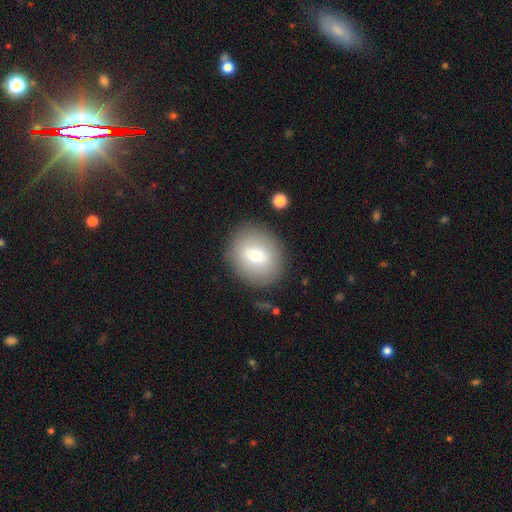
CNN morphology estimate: smooth_or_featured: smooth (p=0.71) [alt: featured or disk p=0.19]
how_rounded: round (p=0.73) [alt: in between p=0.26]
merging: none (p=0.87) [alt: minor disturbance p=0.08]